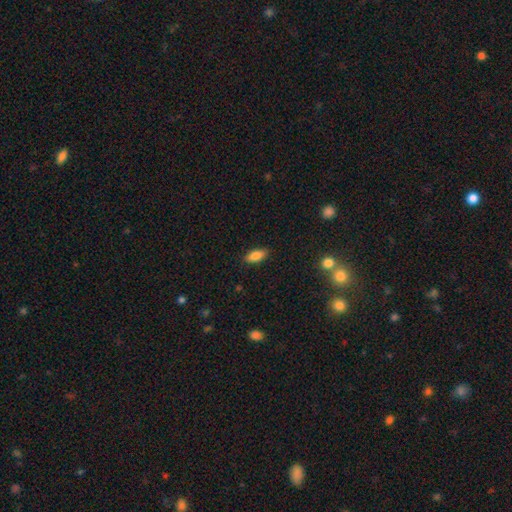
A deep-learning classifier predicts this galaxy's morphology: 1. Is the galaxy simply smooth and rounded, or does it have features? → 84% smooth, 8% featured or disk, 8% star or artifact.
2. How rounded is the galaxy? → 83% in between, 15% cigar-shaped, 3% round.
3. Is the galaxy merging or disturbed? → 87% none, 10% minor disturbance, 2% major disturbance, 1% merger.